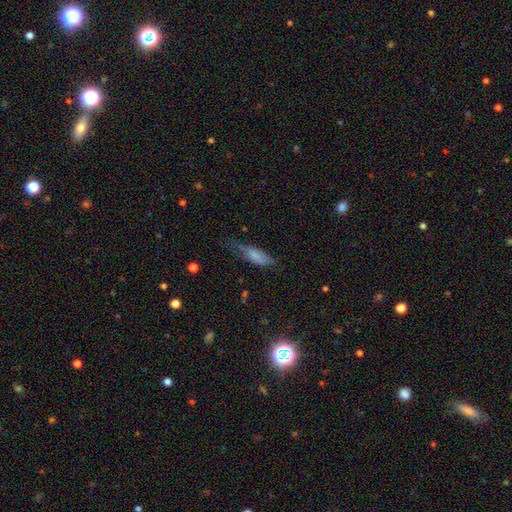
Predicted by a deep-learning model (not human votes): A smooth galaxy with no disk features (68%) that is in between round and cigar-shaped (62%).

Vote fractions:
- Smooth or featured? smooth: 68% / featured or disk: 23% / star or artifact: 9%
- How rounded? in between: 62% / cigar-shaped: 36% / round: 3%
- Merging? minor disturbance: 37% / none: 31% / major disturbance: 29% / merger: 3%